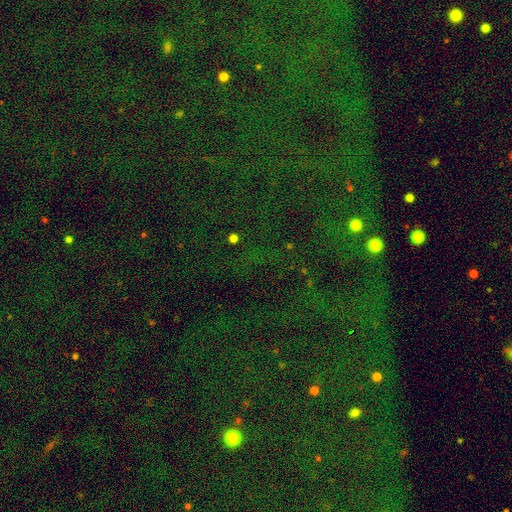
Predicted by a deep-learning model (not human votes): A star or artifact, not a galaxy (80%).

Vote fractions:
- Smooth or featured? star or artifact: 80% / smooth: 12% / featured or disk: 8%